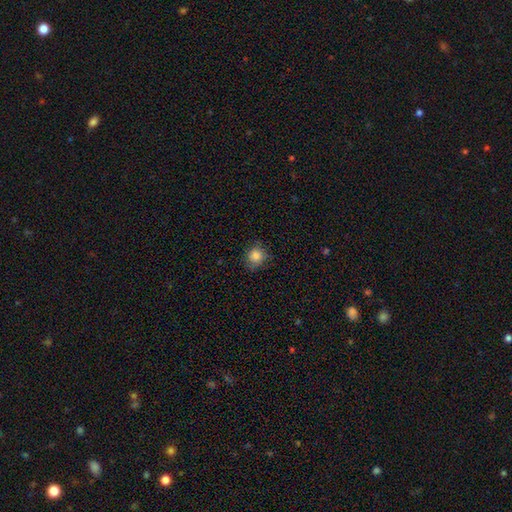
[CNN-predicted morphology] Smooth or featured?
  - smooth: 84% *
  - star or artifact: 10%
  - featured or disk: 6%
How rounded?
  - round: 80% *
  - in between: 19%
  - cigar-shaped: 1%
Merging?
  - none: 77% *
  - minor disturbance: 18%
  - major disturbance: 4%
  - merger: 1%